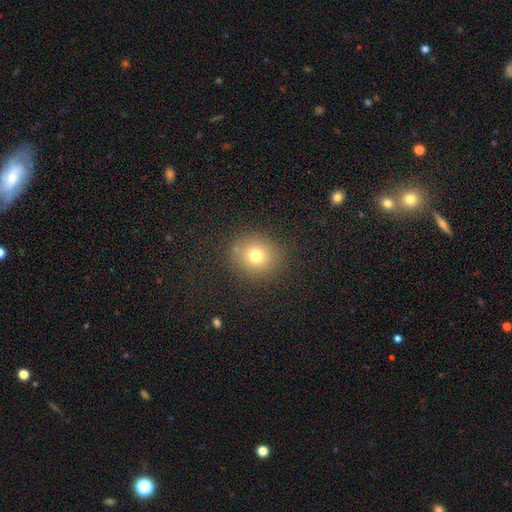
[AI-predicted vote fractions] smooth-or-featured: smooth: 74% | star or artifact: 15% | featured or disk: 11%
  how-rounded: round: 80% | in between: 19% | cigar-shaped: 1%
  merging: none: 85% | minor disturbance: 9% | major disturbance: 4% | merger: 3%